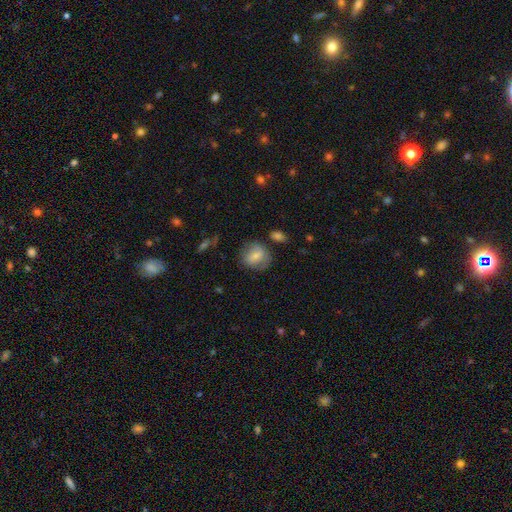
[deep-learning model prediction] A smooth galaxy with no disk features (63%) that is round (71%). Merging: none (68%).